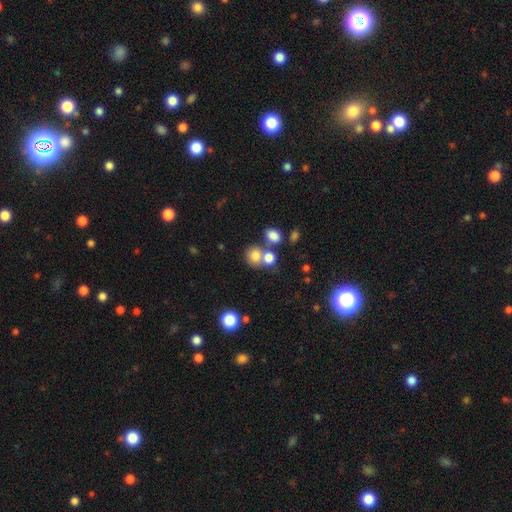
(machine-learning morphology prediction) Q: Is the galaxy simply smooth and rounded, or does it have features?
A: smooth — 76%.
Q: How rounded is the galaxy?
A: round — 74%.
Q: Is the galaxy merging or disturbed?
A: none — 46%.